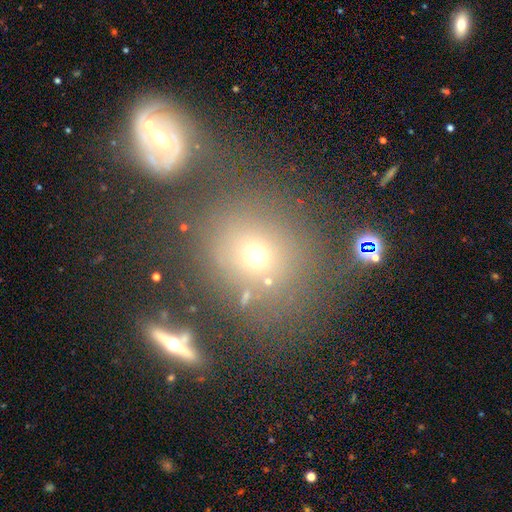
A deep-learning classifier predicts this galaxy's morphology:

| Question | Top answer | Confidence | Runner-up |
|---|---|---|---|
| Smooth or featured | smooth | 60% | star or artifact (22%) |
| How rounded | round | 81% | in between (18%) |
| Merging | none | 67% | merger (13%) |